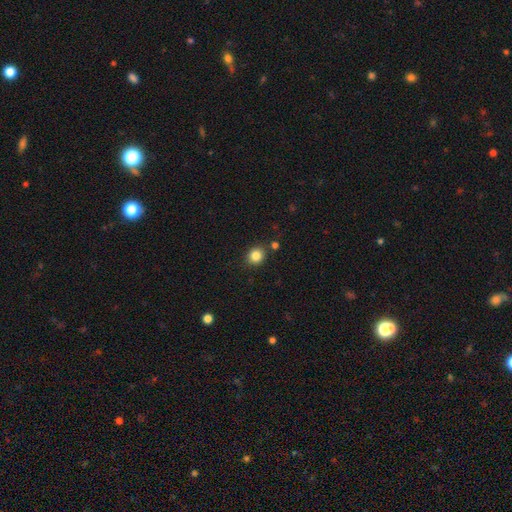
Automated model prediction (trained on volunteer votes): smooth_or_featured: smooth (p=0.84) [alt: star or artifact p=0.11]
how_rounded: round (p=0.78) [alt: in between p=0.21]
merging: none (p=0.84) [alt: minor disturbance p=0.09]